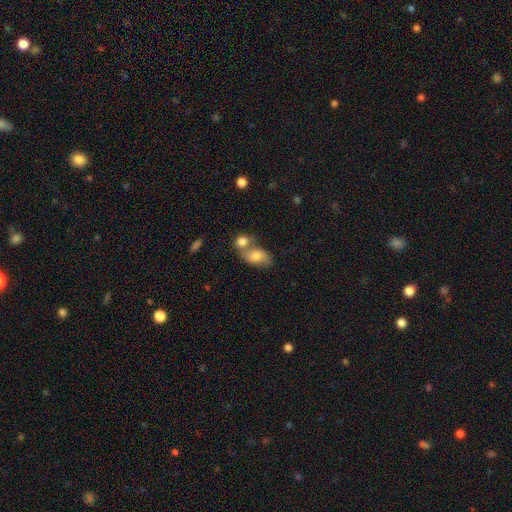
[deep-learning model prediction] Smooth or featured? smooth (71%)
How rounded? in between (86%)
Merging? merger (47%)